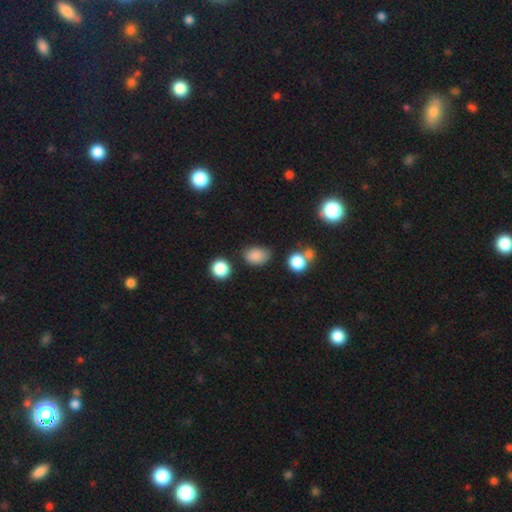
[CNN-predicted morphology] This appears to be a smooth galaxy with no disk features (83%) that is in between round and cigar-shaped (77%). Merging: none (71%).